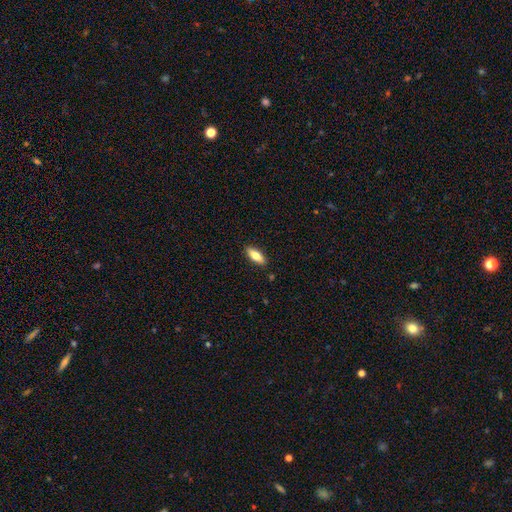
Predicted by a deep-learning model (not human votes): The model was most divided on "how rounded": in between: 70%, cigar-shaped: 28%, round: 2%. More confident: merging — none (89%); smooth or featured — smooth (74%).